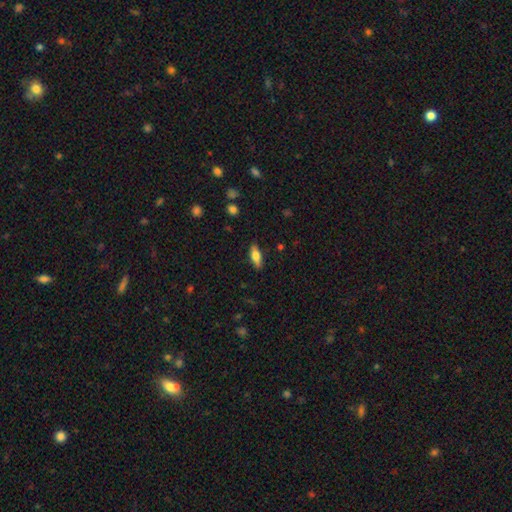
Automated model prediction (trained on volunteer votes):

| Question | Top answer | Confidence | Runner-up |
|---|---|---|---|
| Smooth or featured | smooth | 62% | featured or disk (31%) |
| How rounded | in between | 67% | cigar-shaped (30%) |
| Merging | none | 86% | minor disturbance (11%) |